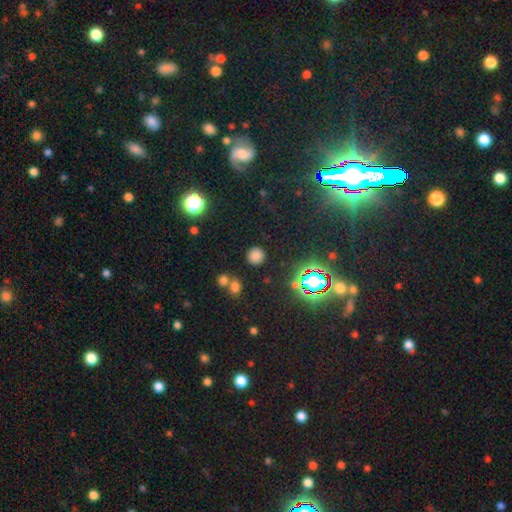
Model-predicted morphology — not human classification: smooth-or-featured: smooth: 70% | star or artifact: 24% | featured or disk: 6%
  how-rounded: round: 89% | in between: 10% | cigar-shaped: 1%
  merging: none: 84% | minor disturbance: 8% | merger: 5% | major disturbance: 3%